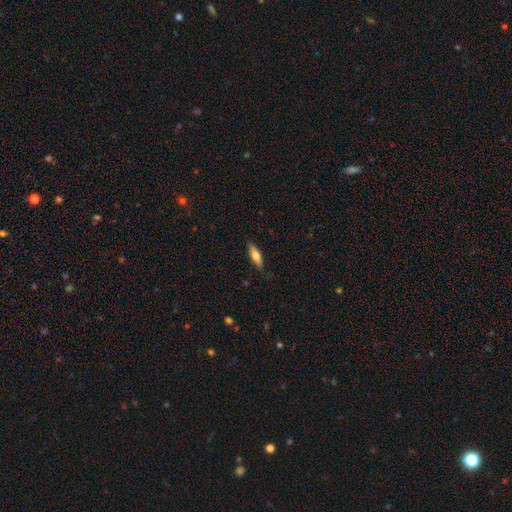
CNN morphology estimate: smooth_or_featured: smooth (p=0.62) [alt: featured or disk p=0.32]
how_rounded: cigar-shaped (p=0.58) [alt: in between p=0.40]
merging: none (p=0.84) [alt: minor disturbance p=0.12]